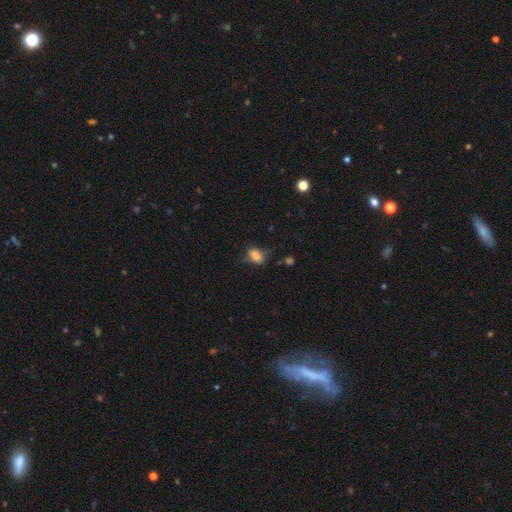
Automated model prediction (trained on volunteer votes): Smooth or featured? Predicted: smooth (p=0.79). How rounded? Predicted: in between (p=0.82). Merging? Predicted: none (p=0.55).